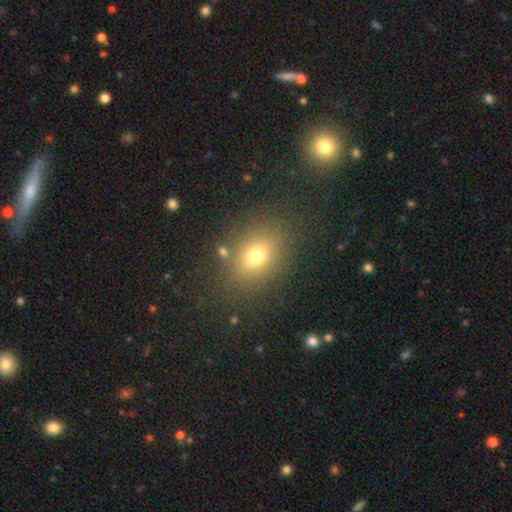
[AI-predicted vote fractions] The model was most divided on "how rounded": in between: 71%, round: 27%, cigar-shaped: 2%. More confident: merging — none (83%); smooth or featured — smooth (74%).